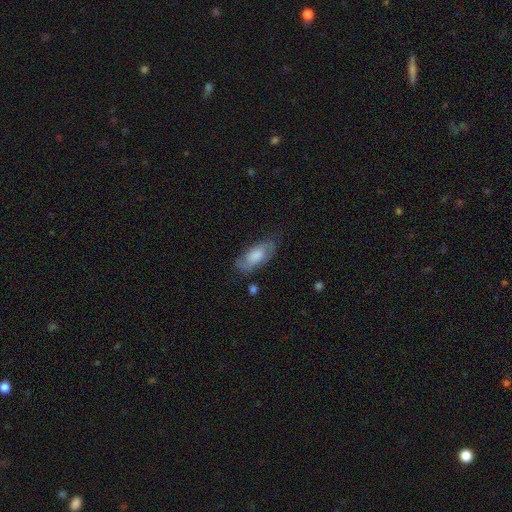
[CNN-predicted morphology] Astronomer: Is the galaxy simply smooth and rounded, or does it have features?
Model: smooth — 64%.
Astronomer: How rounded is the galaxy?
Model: in between — 86%.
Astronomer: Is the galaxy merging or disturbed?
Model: none — 66%.